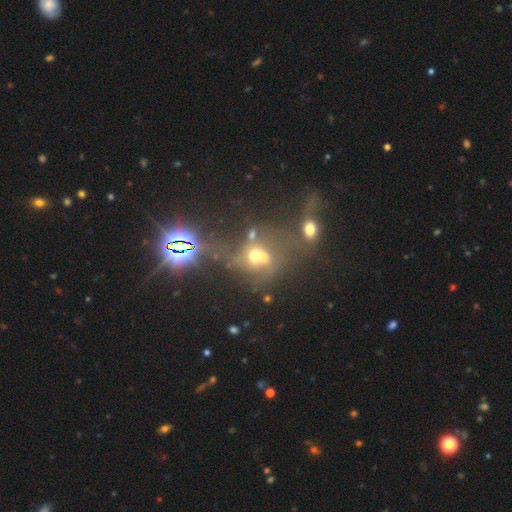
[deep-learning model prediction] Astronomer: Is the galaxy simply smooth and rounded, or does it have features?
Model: smooth — 43% (runner-up: star or artifact, 31%).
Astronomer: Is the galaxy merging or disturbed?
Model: merger — 51%.